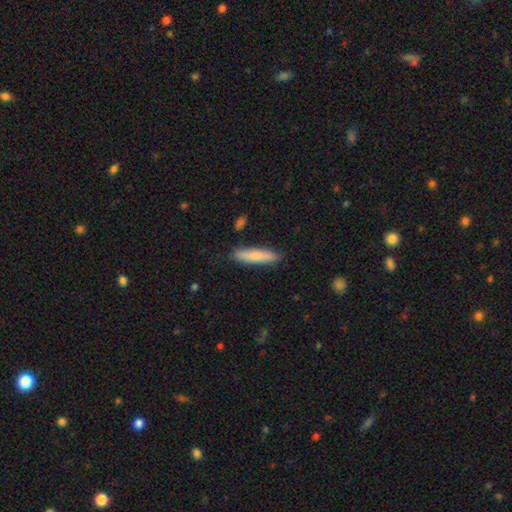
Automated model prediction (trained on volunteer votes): Smooth or featured?
  - smooth: 76% *
  - featured or disk: 19%
  - star or artifact: 6%
How rounded?
  - cigar-shaped: 84% *
  - in between: 14%
  - round: 1%
Merging?
  - none: 86% *
  - minor disturbance: 11%
  - major disturbance: 2%
  - merger: 2%